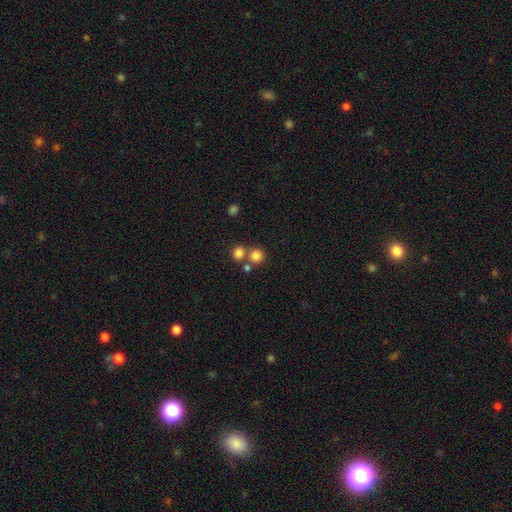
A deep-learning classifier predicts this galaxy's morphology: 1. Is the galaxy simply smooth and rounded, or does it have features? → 80% smooth, 13% star or artifact, 7% featured or disk.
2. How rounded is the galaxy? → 90% round, 10% in between, 1% cigar-shaped.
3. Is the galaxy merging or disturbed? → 60% none, 31% merger, 6% minor disturbance, 3% major disturbance.